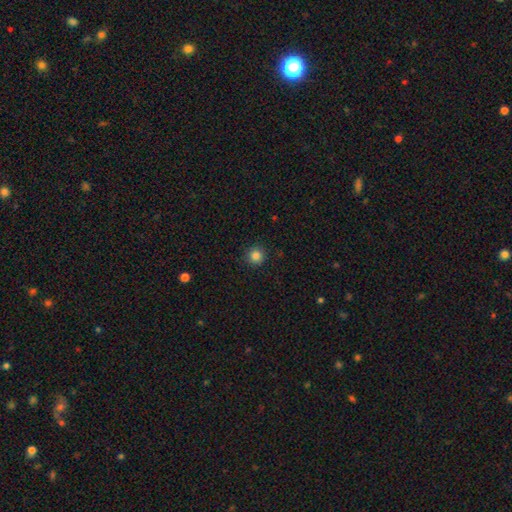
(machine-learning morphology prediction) Overall: smooth (85%). How rounded: round (95%). Merging: none (91%).